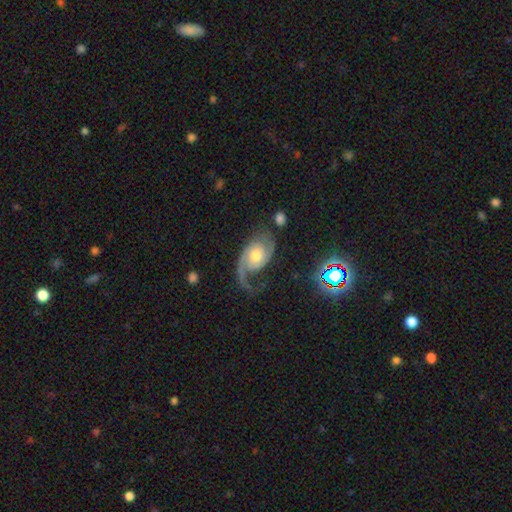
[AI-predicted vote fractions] Smooth or featured? Predicted: featured or disk (p=0.85). Edge-on disk? Predicted: no (p=0.97). Bar? Predicted: no (p=0.70). Spiral arms? Predicted: yes (p=0.96). Spiral winding? Predicted: medium (p=0.43). Spiral arm count? Predicted: 2 (p=0.66). Bulge size? Predicted: moderate (p=0.67). Merging? Predicted: none (p=0.50).